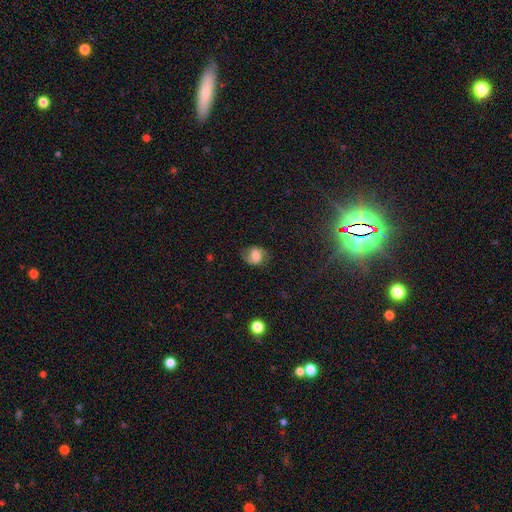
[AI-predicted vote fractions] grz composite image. It shows a smooth galaxy with no disk features (54%) that is round (50%). Merging: none (68%).